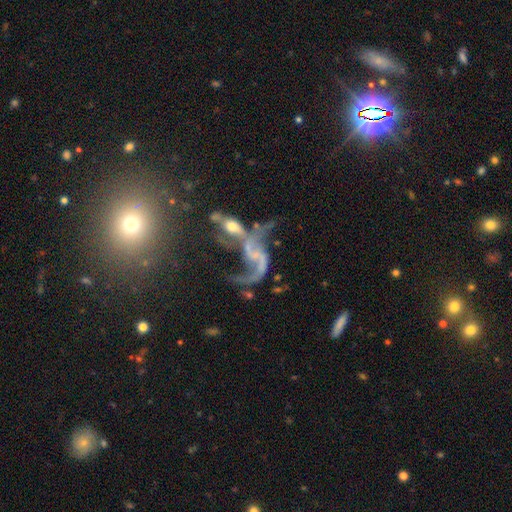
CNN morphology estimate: Q: Smooth or featured?
A: featured or disk (76%); runner-up: smooth (12%)
Q: Edge-on disk?
A: no (95%); runner-up: yes (5%)
Q: Bar?
A: no (59%); runner-up: weak (29%)
Q: Spiral arms?
A: yes (75%); runner-up: no (25%)
Q: Spiral winding?
A: loose (84%); runner-up: medium (12%)
Q: Spiral arm count?
A: 2 (70%); runner-up: 1 (18%)
Q: Bulge size?
A: none (43%); runner-up: small (37%)
Q: Merging?
A: merger (48%); runner-up: major disturbance (23%)